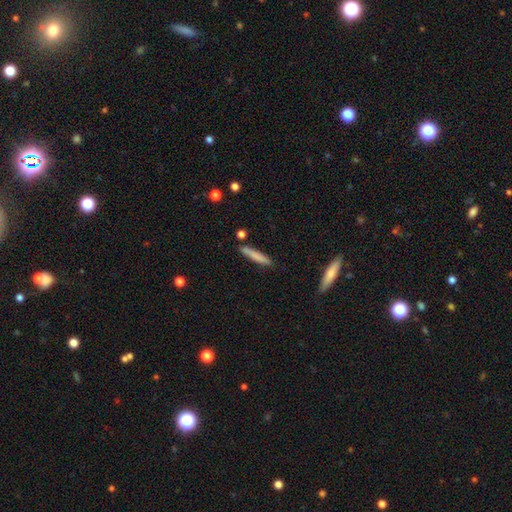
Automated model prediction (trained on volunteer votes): The model was most divided on "smooth or featured": smooth: 77%, featured or disk: 16%, star or artifact: 6%. More confident: how rounded — cigar-shaped (93%); merging — none (84%).